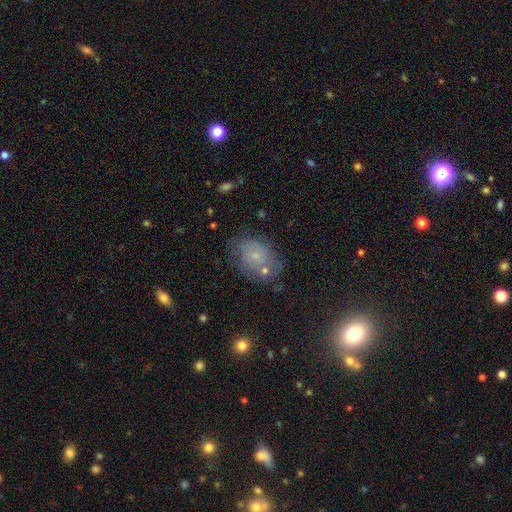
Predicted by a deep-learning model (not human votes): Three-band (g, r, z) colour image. It shows a smooth galaxy with no disk features (51%) that is in between round and cigar-shaped (65%). Merging: none (58%).